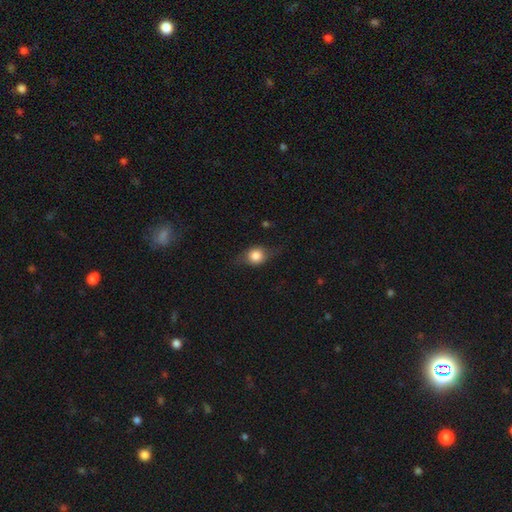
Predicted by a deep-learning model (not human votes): A smooth galaxy with no disk features (70%) that is round (62%).

Vote fractions:
- Smooth or featured? smooth: 70% / featured or disk: 21% / star or artifact: 9%
- How rounded? round: 62% / in between: 35% / cigar-shaped: 3%
- Merging? none: 68% / minor disturbance: 22% / major disturbance: 8% / merger: 1%